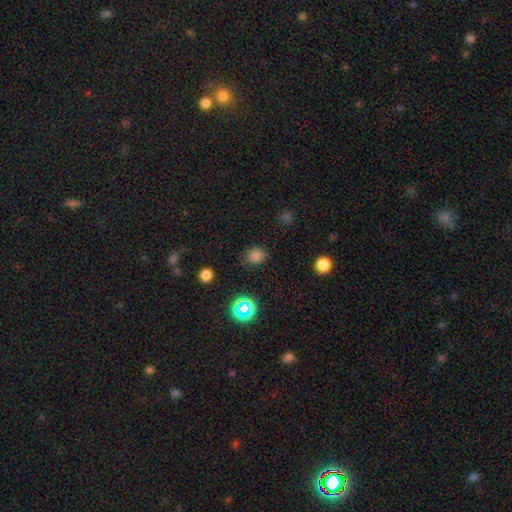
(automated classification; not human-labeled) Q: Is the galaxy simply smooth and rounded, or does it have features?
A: smooth — 75%.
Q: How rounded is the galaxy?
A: round — 61%.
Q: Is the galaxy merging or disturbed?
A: none — 82%.